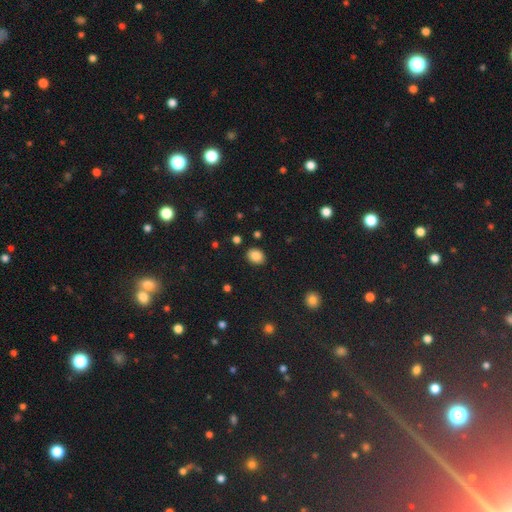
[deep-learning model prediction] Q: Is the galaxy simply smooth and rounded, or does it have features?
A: smooth — 86%.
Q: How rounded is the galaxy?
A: in between — 58%.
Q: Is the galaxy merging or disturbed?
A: none — 88%.